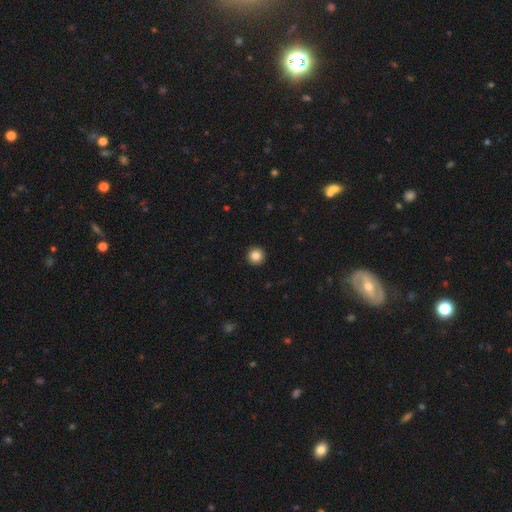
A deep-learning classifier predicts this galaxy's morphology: Smooth or featured?
  - smooth: 86% *
  - star or artifact: 10%
  - featured or disk: 4%
How rounded?
  - round: 96% *
  - in between: 3%
  - cigar-shaped: 1%
Merging?
  - none: 94% *
  - minor disturbance: 4%
  - major disturbance: 1%
  - merger: 1%